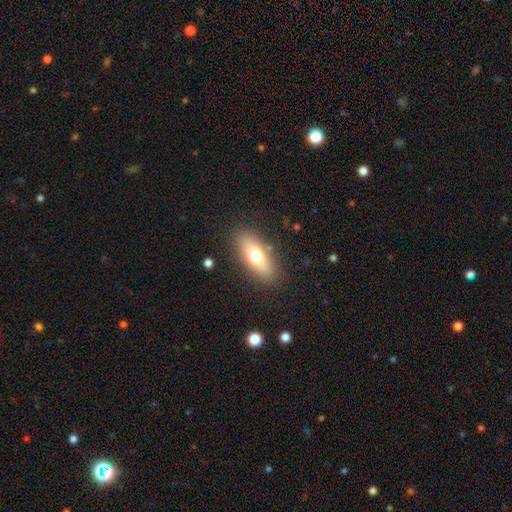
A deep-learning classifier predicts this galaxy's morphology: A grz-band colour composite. It shows a smooth galaxy with no disk features (68%) that is in between round and cigar-shaped (73%). Merging: none (86%).